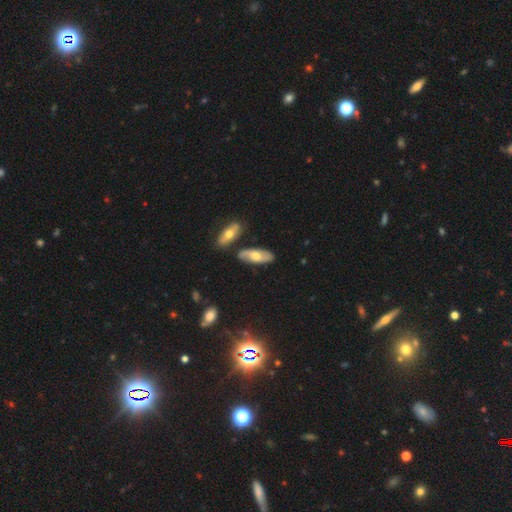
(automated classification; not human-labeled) Q: Smooth or featured?
A: featured or disk (51%); runner-up: smooth (43%)
Q: Edge-on disk?
A: no (78%); runner-up: yes (22%)
Q: Merging?
A: none (75%); runner-up: minor disturbance (14%)